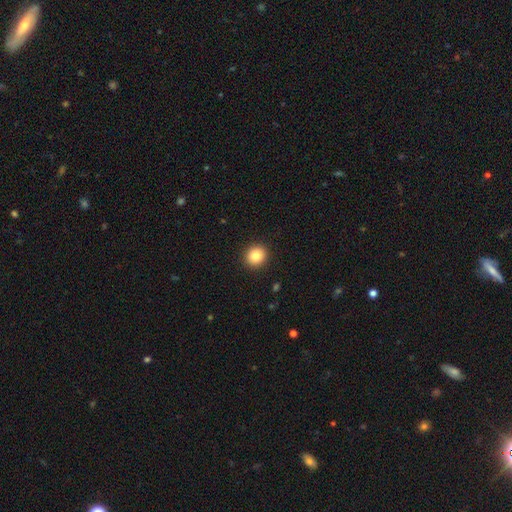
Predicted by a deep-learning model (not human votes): A smooth galaxy with no disk features (85%) that is round (88%).

Vote fractions:
- Smooth or featured? smooth: 85% / star or artifact: 9% / featured or disk: 6%
- How rounded? round: 88% / in between: 11% / cigar-shaped: 1%
- Merging? none: 92% / minor disturbance: 5% / major disturbance: 2% / merger: 1%